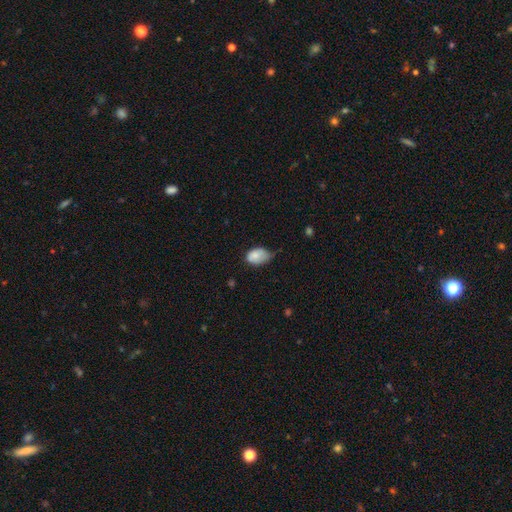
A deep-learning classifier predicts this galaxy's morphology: smooth_or_featured: smooth (p=0.80) [alt: featured or disk p=0.13]
how_rounded: in between (p=0.84) [alt: round p=0.15]
merging: minor disturbance (p=0.50) [alt: none p=0.32]